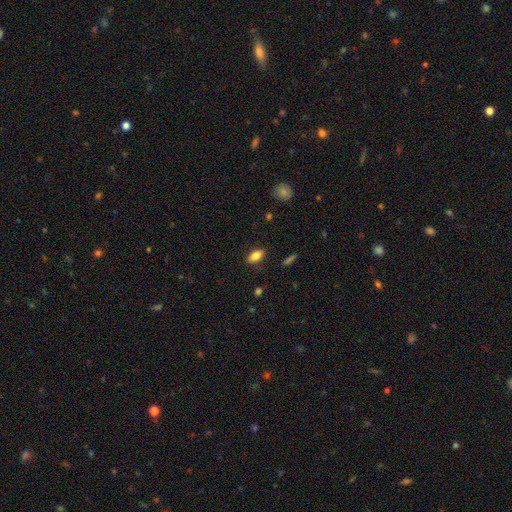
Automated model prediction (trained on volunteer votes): Smooth or featured? Predicted: smooth (p=0.81). How rounded? Predicted: in between (p=0.87). Merging? Predicted: none (p=0.86).